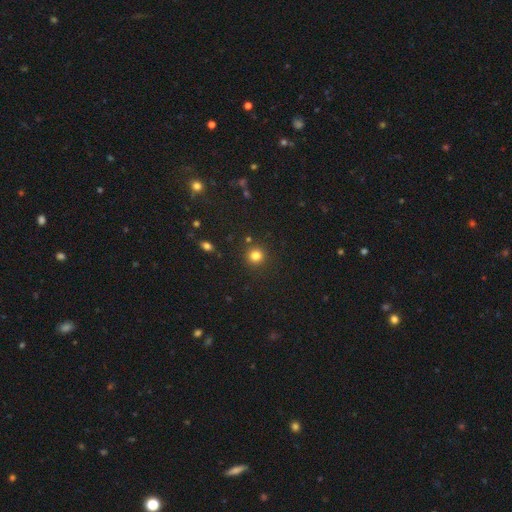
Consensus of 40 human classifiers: A smooth galaxy with no disk features (88%) that is round (97%). Merging: none (97%).